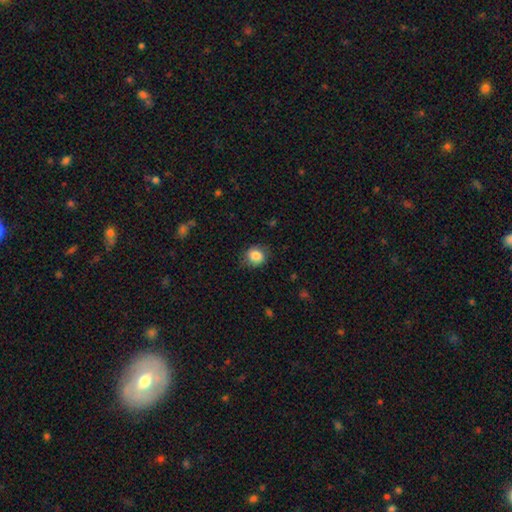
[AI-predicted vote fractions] Smooth or featured?
  - smooth: 85% *
  - star or artifact: 9%
  - featured or disk: 6%
How rounded?
  - round: 75% *
  - in between: 24%
  - cigar-shaped: 1%
Merging?
  - none: 78% *
  - minor disturbance: 16%
  - major disturbance: 4%
  - merger: 1%